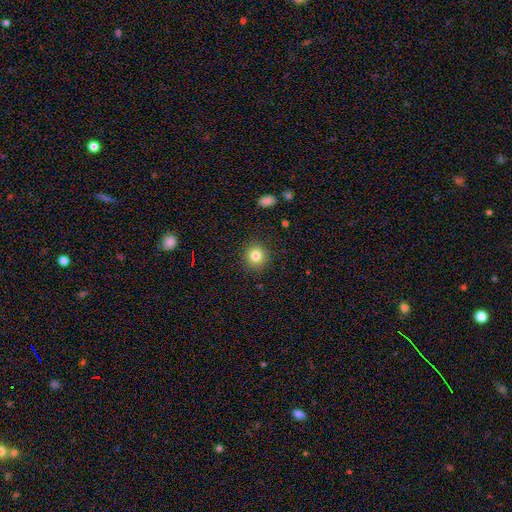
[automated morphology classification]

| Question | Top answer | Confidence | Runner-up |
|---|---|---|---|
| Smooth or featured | smooth | 82% | star or artifact (12%) |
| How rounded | round | 90% | in between (9%) |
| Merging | none | 90% | minor disturbance (7%) |